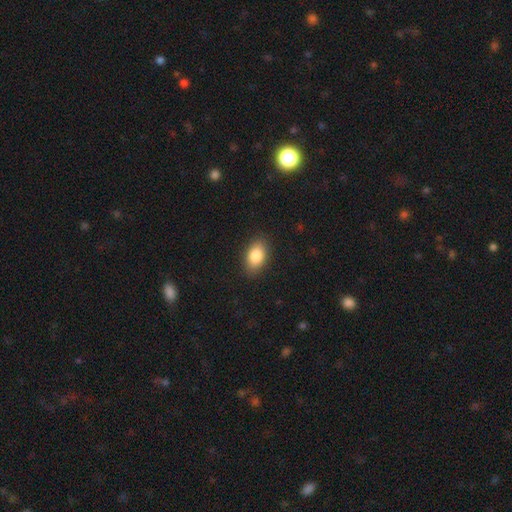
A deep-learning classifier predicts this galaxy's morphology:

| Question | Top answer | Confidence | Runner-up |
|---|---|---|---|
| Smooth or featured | smooth | 85% | star or artifact (8%) |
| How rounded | in between | 89% | round (10%) |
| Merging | none | 87% | minor disturbance (9%) |